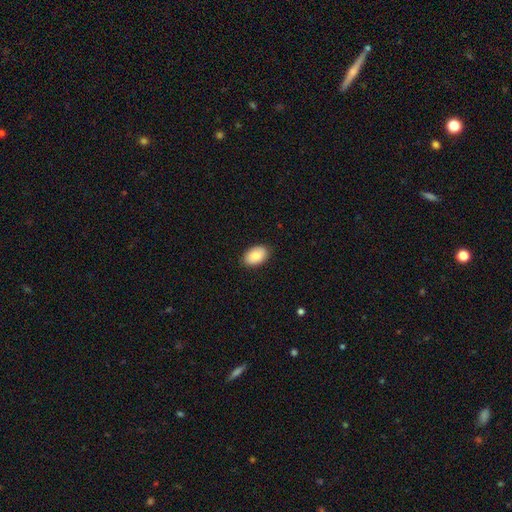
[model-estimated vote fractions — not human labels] This is clearly a smooth galaxy (87%). How rounded: clearly in between (92%). Merging: clearly none (88%).